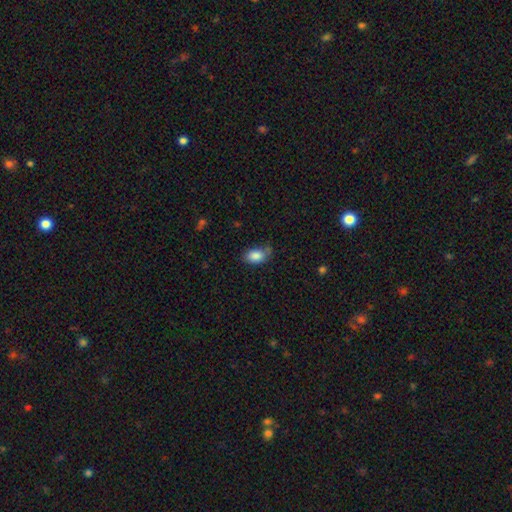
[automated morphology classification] This is clearly a smooth galaxy (86%). How rounded: clearly in between (89%). Merging: possibly none (59%).